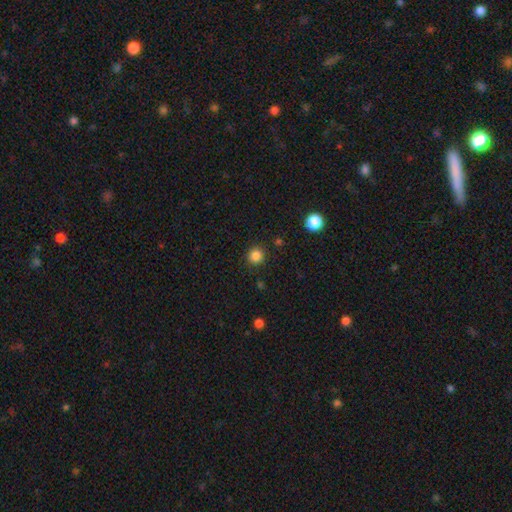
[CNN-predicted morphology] Overall: smooth (84%). How rounded: round (92%). Merging: none (89%).